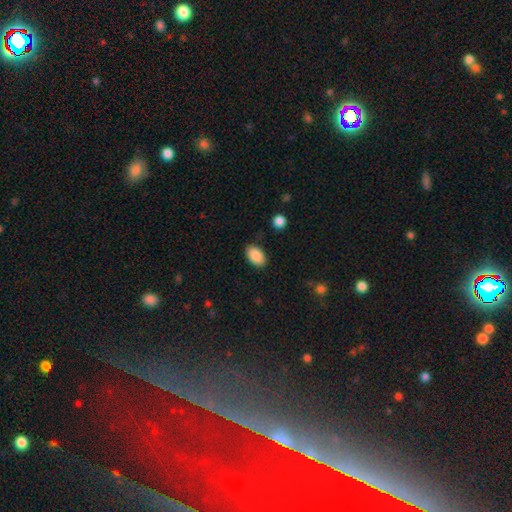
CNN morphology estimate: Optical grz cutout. It shows a smooth galaxy with no disk features (89%) that is in between round and cigar-shaped (93%). Merging: none (86%).